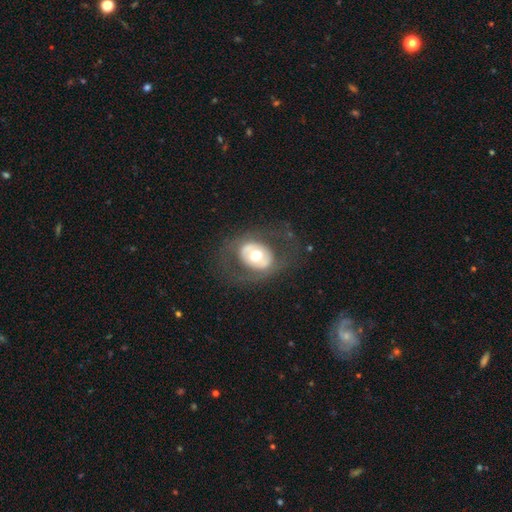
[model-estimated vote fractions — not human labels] The model was most divided on "smooth or featured": featured or disk: 56%, smooth: 37%, star or artifact: 7%. More confident: edge-on disk — no (94%); spiral arms — no (79%); bar — no (76%); merging — none (70%); bulge size — moderate (63%).